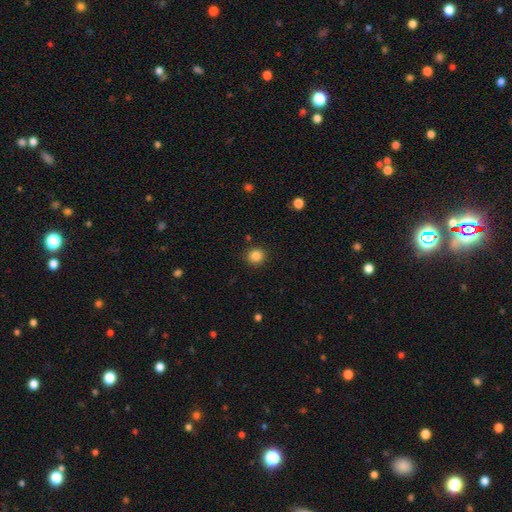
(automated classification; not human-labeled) Morphology: type=smooth (85%); roundness=round (90%); merging=none (90%).